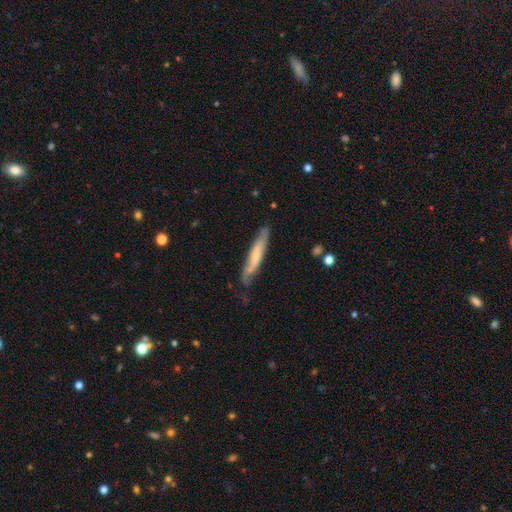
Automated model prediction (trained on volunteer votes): smooth-or-featured: featured or disk: 51% | smooth: 43% | star or artifact: 6%
  disk-edge-on: yes: 62% | no: 38%
  merging: none: 71% | minor disturbance: 22% | major disturbance: 5% | merger: 2%